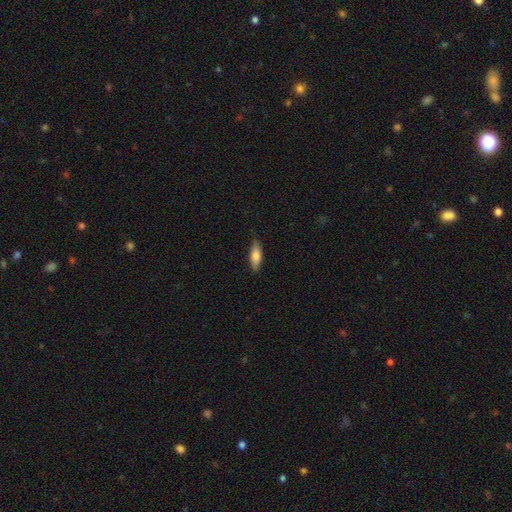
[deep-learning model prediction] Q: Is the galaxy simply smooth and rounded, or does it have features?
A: smooth — 80%.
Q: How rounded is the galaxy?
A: in between — 61%.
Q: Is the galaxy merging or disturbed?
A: none — 83%.